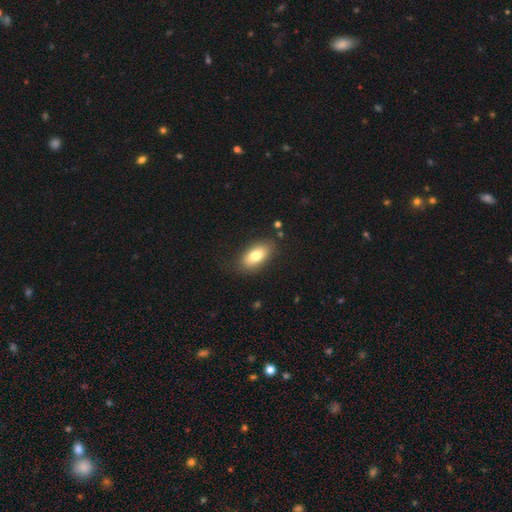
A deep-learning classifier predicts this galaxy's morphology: Smooth or featured? smooth (77%)
How rounded? in between (90%)
Merging? none (83%)